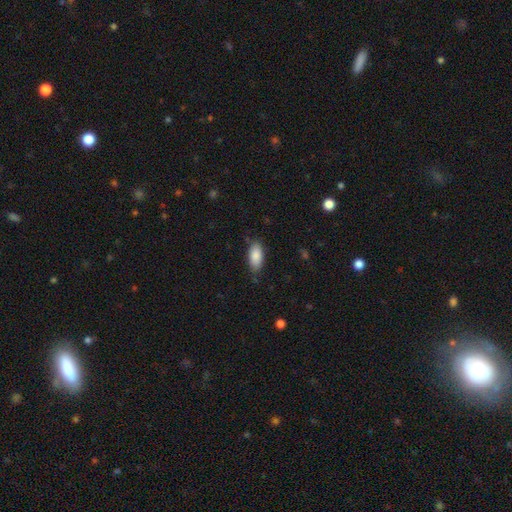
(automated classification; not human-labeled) smooth_or_featured: smooth (p=0.88) [alt: star or artifact p=0.06]
how_rounded: in between (p=0.89) [alt: cigar-shaped p=0.09]
merging: none (p=0.80) [alt: minor disturbance p=0.16]